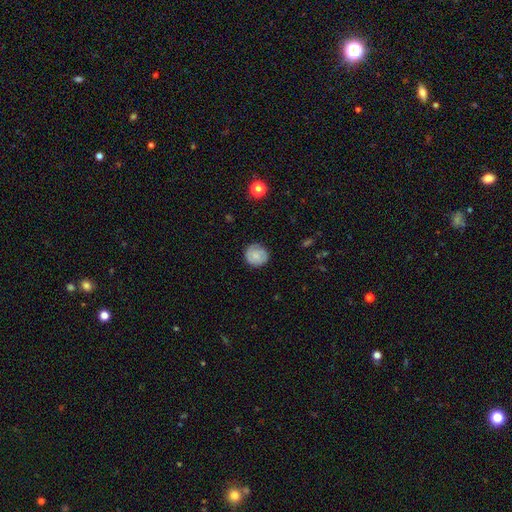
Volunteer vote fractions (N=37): Volunteers were most divided on "smooth or featured": smooth: 57%, featured or disk: 35%, star or artifact: 8%. More confident: merging — none (91%); how rounded — round (86%).